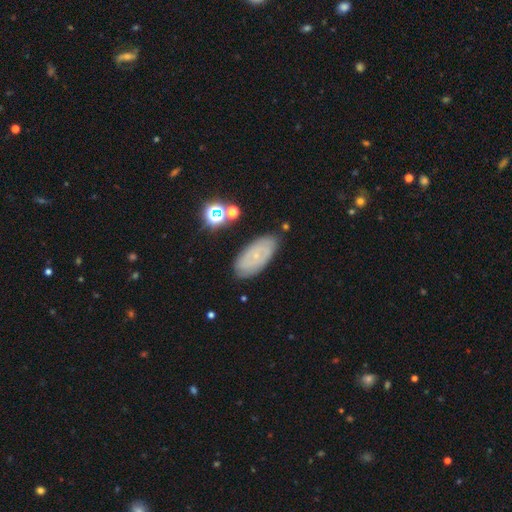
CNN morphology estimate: Smooth or featured?
  - featured or disk: 53% *
  - smooth: 37%
  - star or artifact: 10%
Edge-on disk?
  - no: 91% *
  - yes: 9%
Merging?
  - none: 79% *
  - minor disturbance: 15%
  - major disturbance: 4%
  - merger: 2%